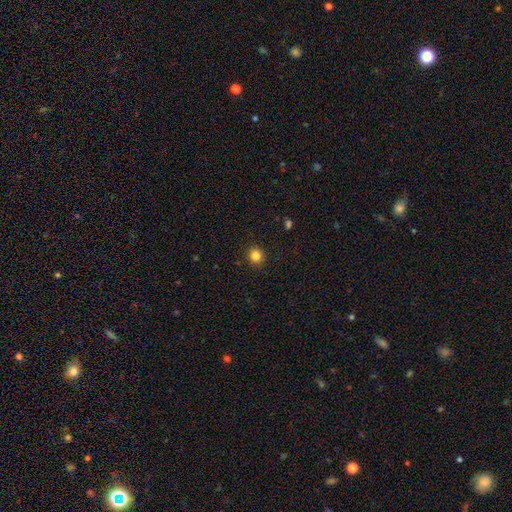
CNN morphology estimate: Overall: smooth (83%). How rounded: round (91%). Merging: none (92%).